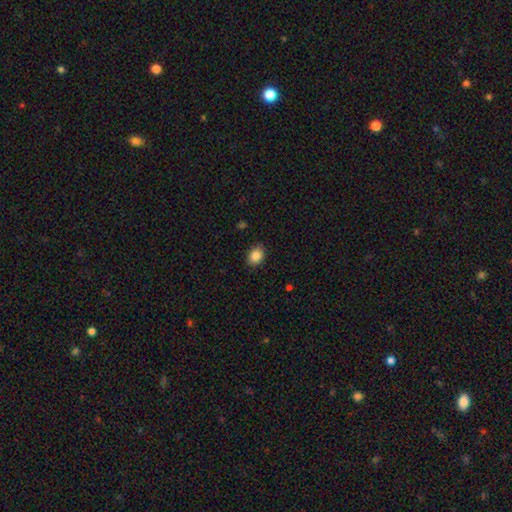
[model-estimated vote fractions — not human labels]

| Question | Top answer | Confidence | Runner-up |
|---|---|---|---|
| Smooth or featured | smooth | 88% | star or artifact (9%) |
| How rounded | in between | 60% | round (39%) |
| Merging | none | 86% | minor disturbance (11%) |